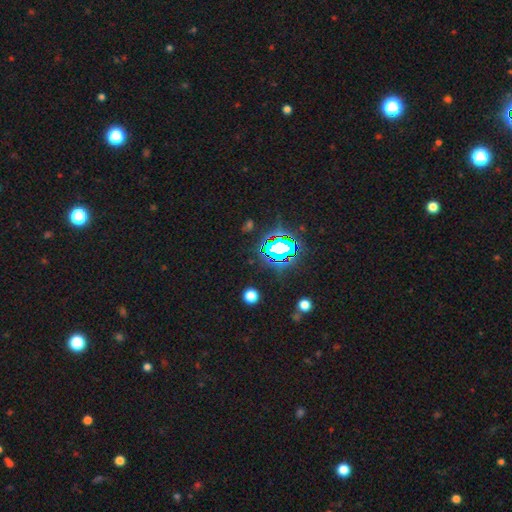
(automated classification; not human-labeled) Smooth or featured? Predicted: star or artifact (p=0.82).